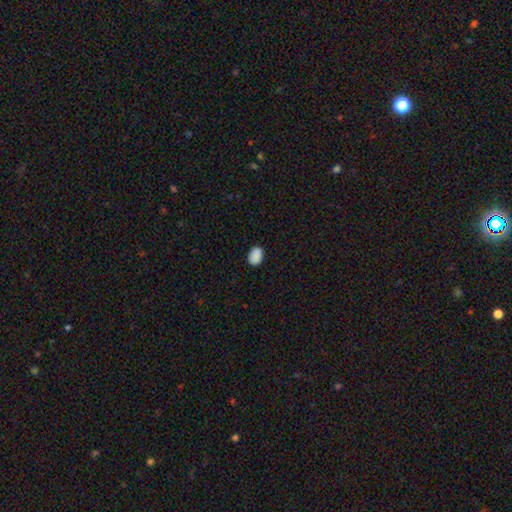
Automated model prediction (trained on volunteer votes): Morphology: type=smooth (90%); roundness=in between (82%); merging=none (87%).